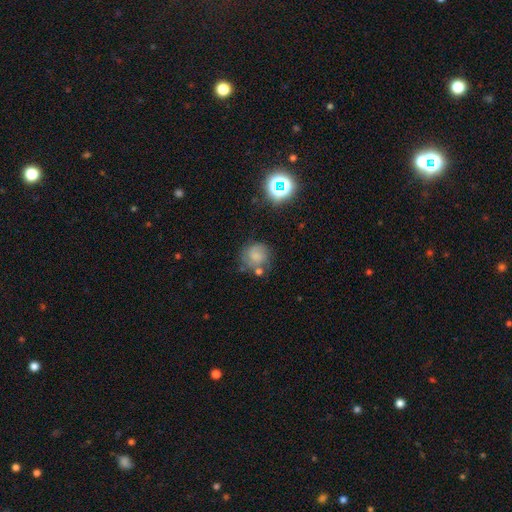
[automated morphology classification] This appears to be a smooth galaxy with no disk features (56%) that is round (84%). Merging: none (59%).